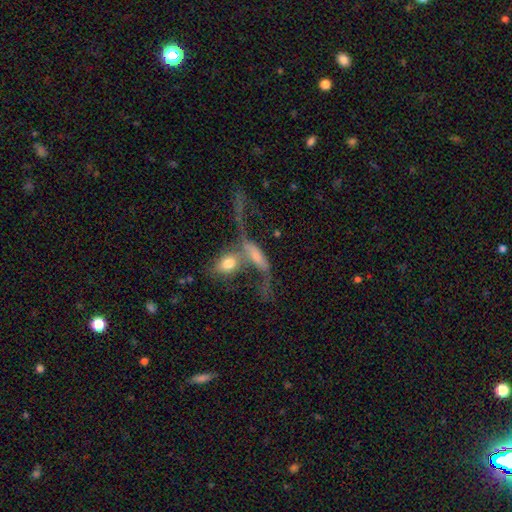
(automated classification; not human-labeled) smooth-or-featured: smooth: 46% | featured or disk: 43% | star or artifact: 11%
  merging: merger: 59% | major disturbance: 19% | none: 14% | minor disturbance: 8%